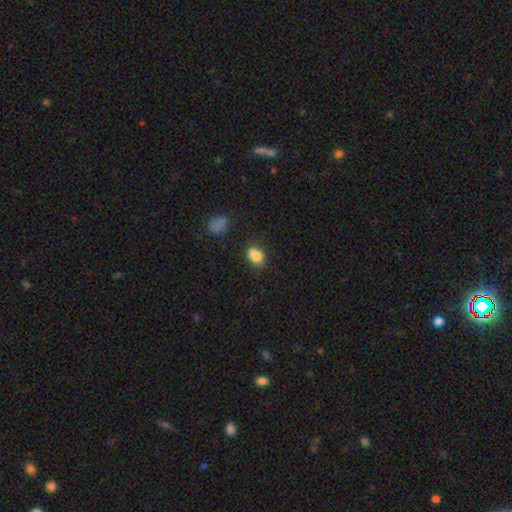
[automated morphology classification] The model was most divided on "merging": none: 51%, merger: 22%, minor disturbance: 20%, major disturbance: 6%. More confident: smooth or featured — smooth (80%); how rounded — in between (70%).